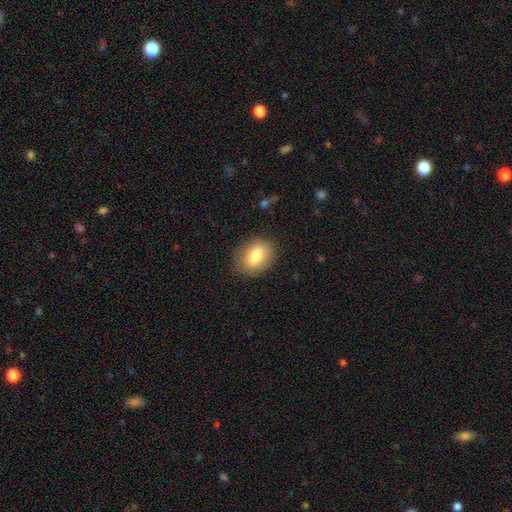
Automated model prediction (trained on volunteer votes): smooth-or-featured: smooth: 79% | featured or disk: 13% | star or artifact: 8%
  how-rounded: in between: 70% | round: 28% | cigar-shaped: 1%
  merging: none: 83% | minor disturbance: 12% | major disturbance: 3% | merger: 1%